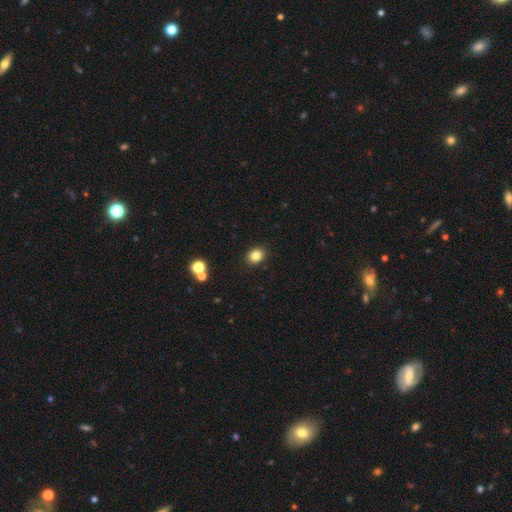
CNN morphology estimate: smooth_or_featured: smooth (p=0.82) [alt: star or artifact p=0.12]
how_rounded: round (p=0.62) [alt: in between p=0.37]
merging: none (p=0.90) [alt: minor disturbance p=0.07]